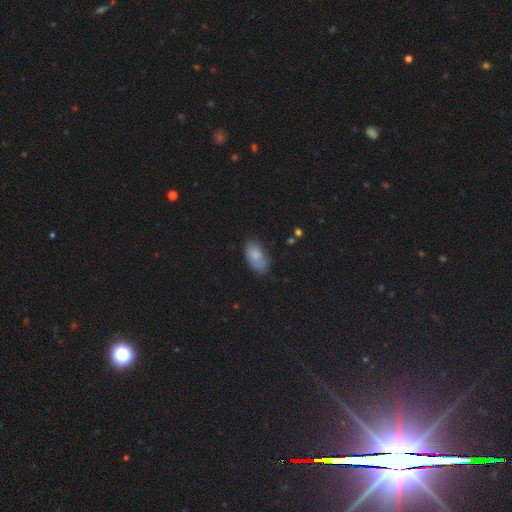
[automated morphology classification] Overall: smooth (80%). How rounded: in between (93%). Merging: none (63%; minor disturbance 27%).